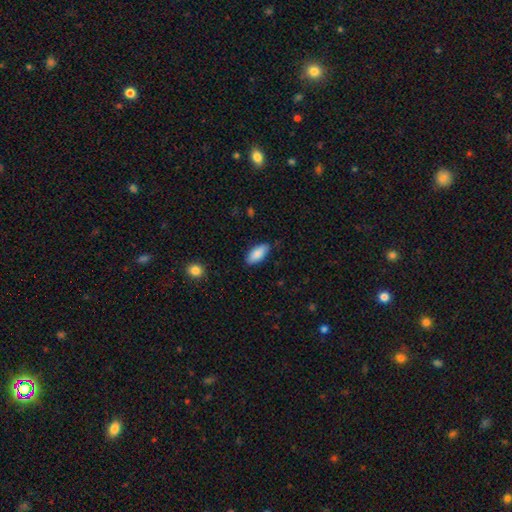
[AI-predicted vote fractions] smooth 87%, featured or disk 7%, star or artifact 6%. Down the decision tree: how rounded — in between (87%); merging — none (82%).